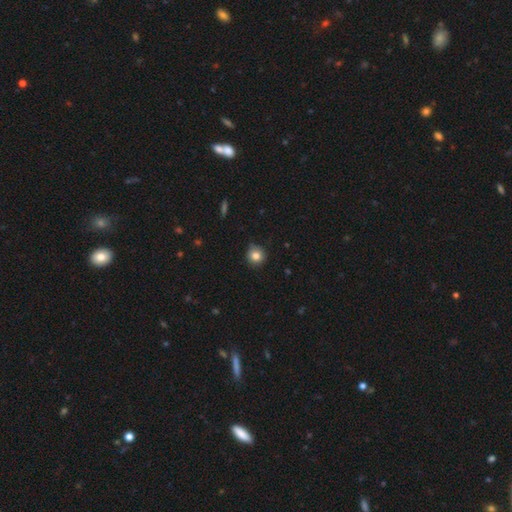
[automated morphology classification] Smooth or featured: smooth — 82% (star or artifact — 11%)
How rounded: round — 91% (in between — 8%)
Merging: none — 79% (minor disturbance — 17%)